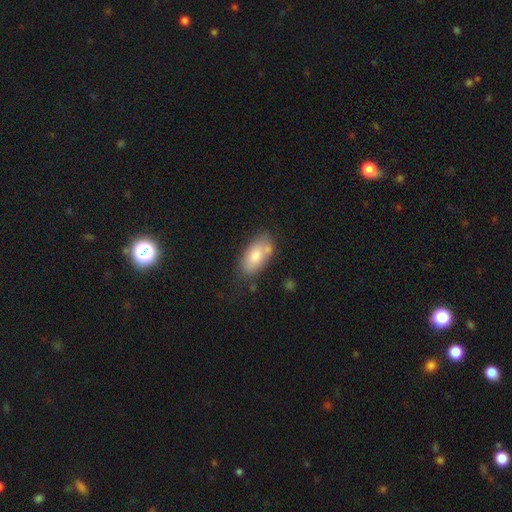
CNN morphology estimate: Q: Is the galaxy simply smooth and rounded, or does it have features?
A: smooth — 77%.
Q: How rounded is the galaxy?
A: in between — 92%.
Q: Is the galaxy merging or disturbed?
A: none — 62%.